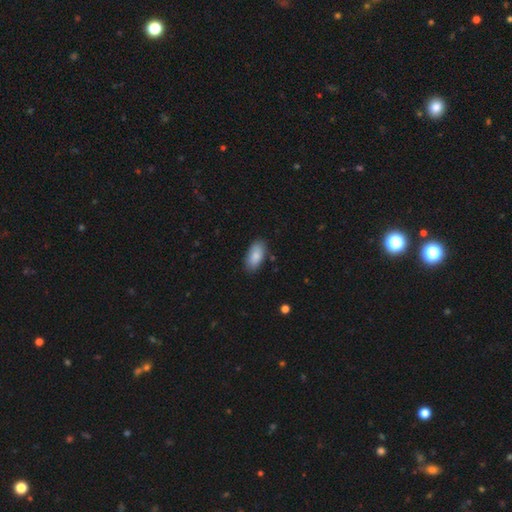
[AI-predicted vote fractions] The model was most divided on "merging": none: 84%, minor disturbance: 12%, major disturbance: 2%, merger: 1%. More confident: how rounded — in between (93%); smooth or featured — smooth (86%).